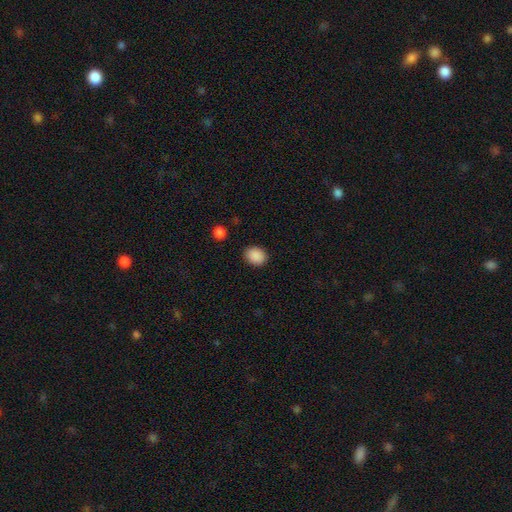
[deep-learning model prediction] smooth_or_featured: smooth (p=0.89) [alt: star or artifact p=0.08]
how_rounded: round (p=0.54) [alt: in between p=0.45]
merging: none (p=0.88) [alt: minor disturbance p=0.08]